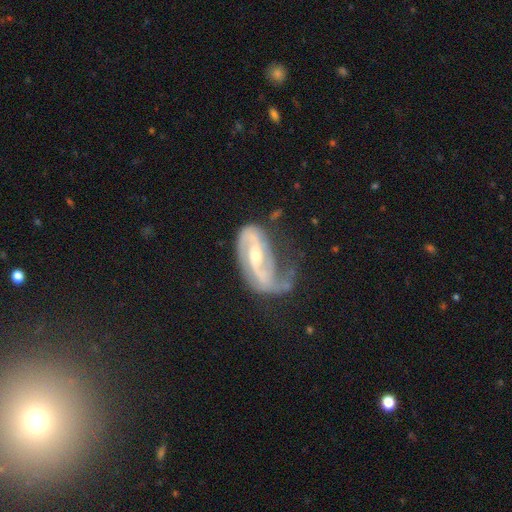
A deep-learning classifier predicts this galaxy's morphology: Smooth or featured? Predicted: featured or disk (p=0.84). Edge-on disk? Predicted: no (p=0.95). Bar? Predicted: weak (p=0.42). Spiral arms? Predicted: yes (p=0.93). Spiral winding? Predicted: medium (p=0.43). Spiral arm count? Predicted: 2 (p=0.72). Bulge size? Predicted: small (p=0.47, tied with moderate). Merging? Predicted: none (p=0.34).